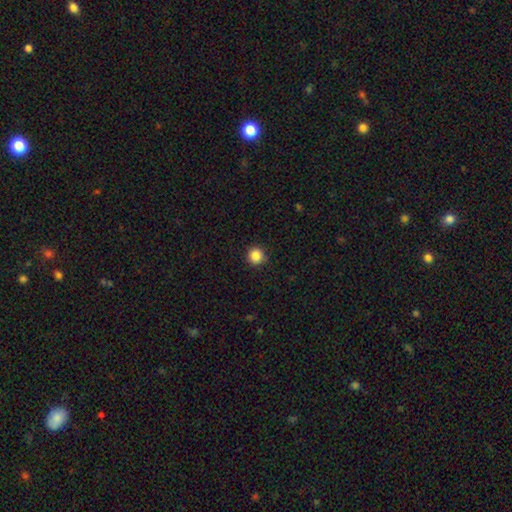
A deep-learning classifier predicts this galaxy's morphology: Overall: smooth (86%). How rounded: round (95%). Merging: none (91%).